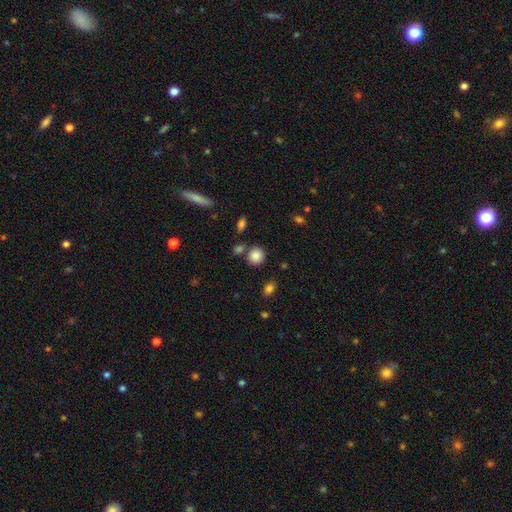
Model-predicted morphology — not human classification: Overall: smooth (85%). How rounded: round (83%). Merging: none (77%).